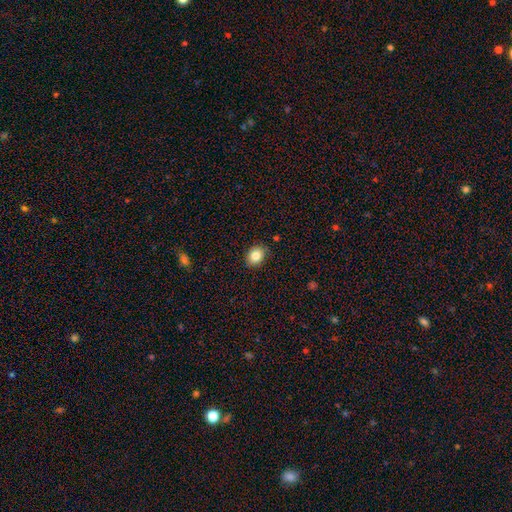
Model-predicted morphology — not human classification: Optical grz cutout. It shows a smooth galaxy with no disk features (84%) that is round (54%). Merging: none (87%).